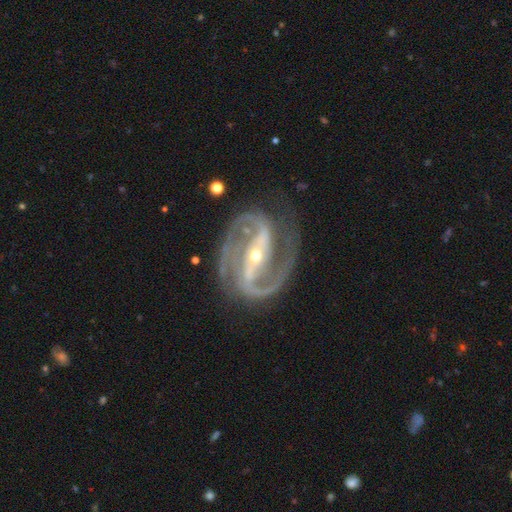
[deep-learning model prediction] featured or disk 93%, star or artifact 5%, smooth 3%. Down the decision tree: edge-on disk — no (97%); bar — strong (64%); spiral arms — yes (98%); spiral arm count — 2 (90%); spiral winding — medium (60%); bulge size — small (59%); merging — none (73%).